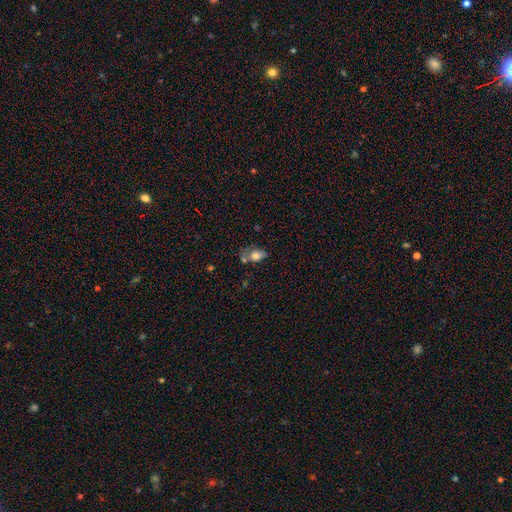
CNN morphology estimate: Q: Smooth or featured?
A: smooth (68%); runner-up: featured or disk (22%)
Q: How rounded?
A: in between (79%); runner-up: round (19%)
Q: Merging?
A: none (33%); runner-up: minor disturbance (25%)